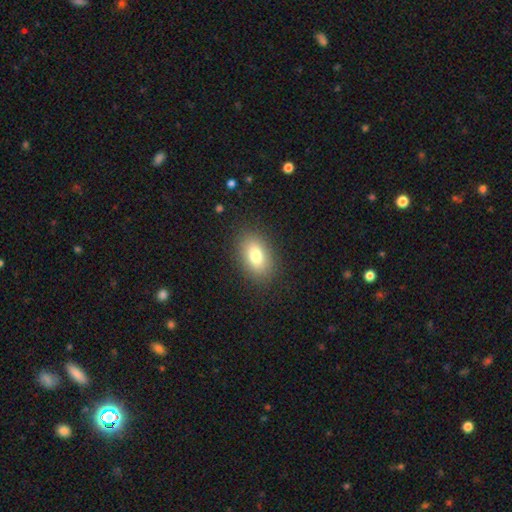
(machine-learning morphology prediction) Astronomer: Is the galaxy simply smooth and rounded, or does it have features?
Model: smooth — 78%.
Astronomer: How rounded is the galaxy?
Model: in between — 86%.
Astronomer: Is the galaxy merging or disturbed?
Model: none — 86%.